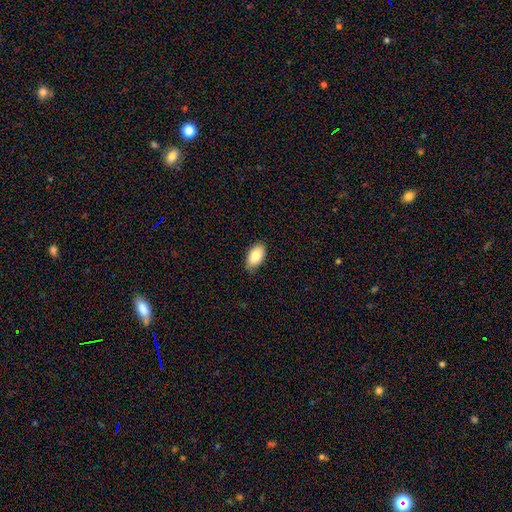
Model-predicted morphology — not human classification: type=smooth (83%); roundness=in between (94%); merging=none (82%).